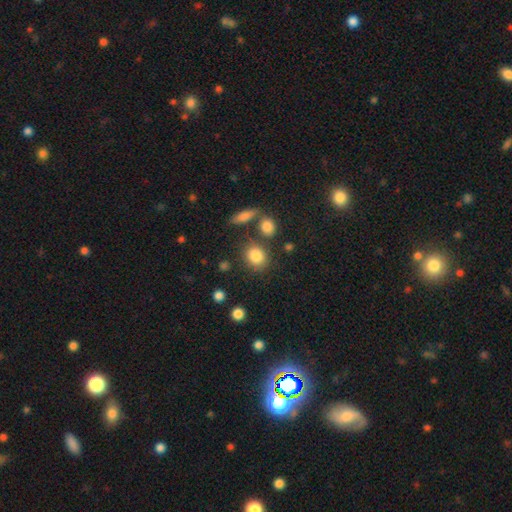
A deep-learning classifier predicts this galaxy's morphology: Smooth or featured? Predicted: smooth (p=0.83). How rounded? Predicted: round (p=0.64). Merging? Predicted: none (p=0.72).